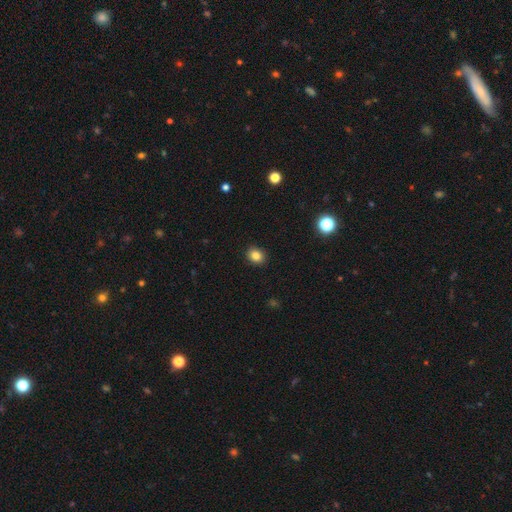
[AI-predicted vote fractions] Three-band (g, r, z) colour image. It shows a smooth galaxy with no disk features (83%) that is round (58%). Merging: none (90%).